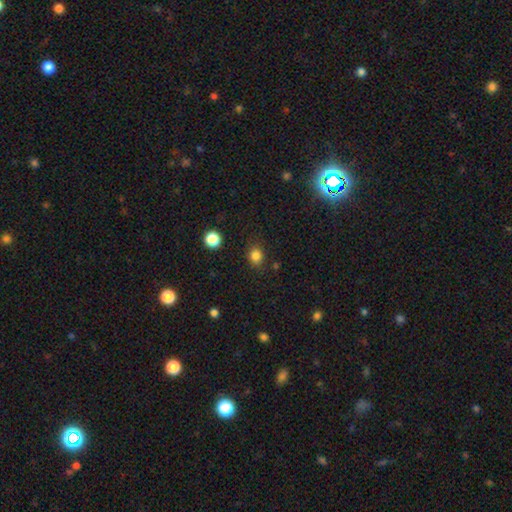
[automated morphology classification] Overall: smooth (83%). How rounded: round (71%). Merging: none (83%).